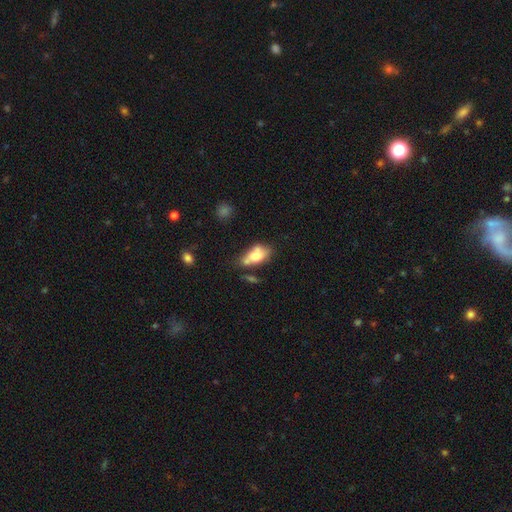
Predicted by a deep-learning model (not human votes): Smooth or featured: smooth — 65% (featured or disk — 27%)
How rounded: in between — 86% (round — 7%)
Merging: none — 35% (merger — 30%)